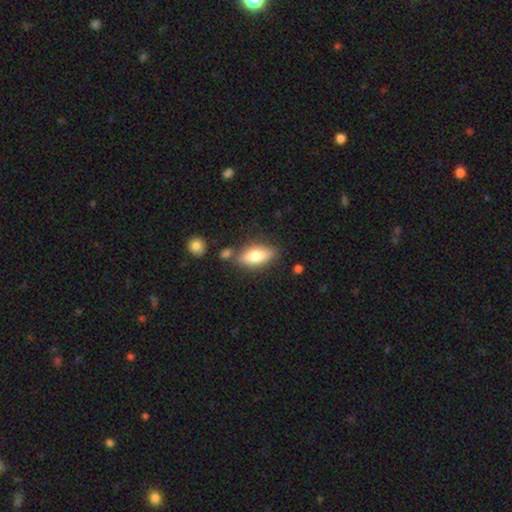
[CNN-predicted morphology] Smooth or featured? Predicted: smooth (p=0.66). How rounded? Predicted: in between (p=0.73). Merging? Predicted: none (p=0.76).